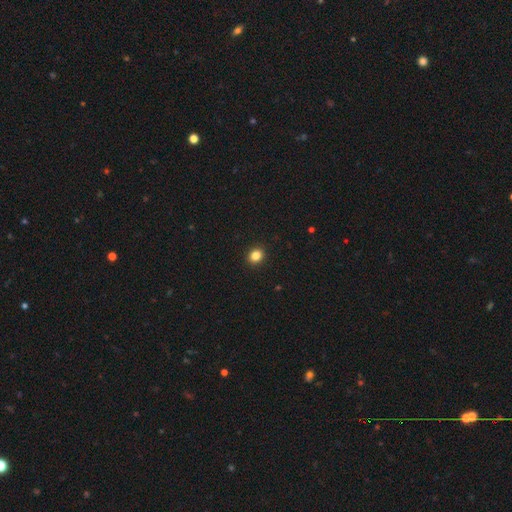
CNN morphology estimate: Smooth or featured? Predicted: smooth (p=0.84). How rounded? Predicted: round (p=0.70). Merging? Predicted: none (p=0.92).